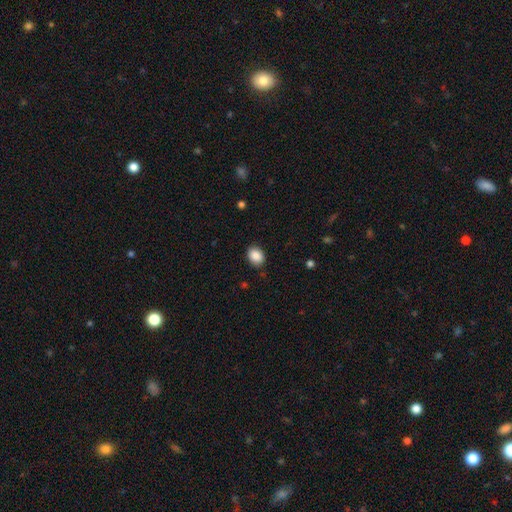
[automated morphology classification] smooth 89%, star or artifact 8%, featured or disk 4%. Down the decision tree: how rounded — in between (63%); merging — none (87%).